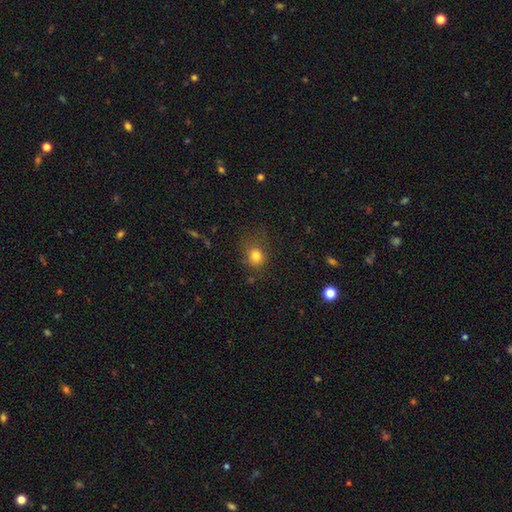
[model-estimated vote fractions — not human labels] Q: Smooth or featured?
A: smooth (79%); runner-up: star or artifact (14%)
Q: How rounded?
A: round (72%); runner-up: in between (27%)
Q: Merging?
A: none (65%); runner-up: minor disturbance (21%)